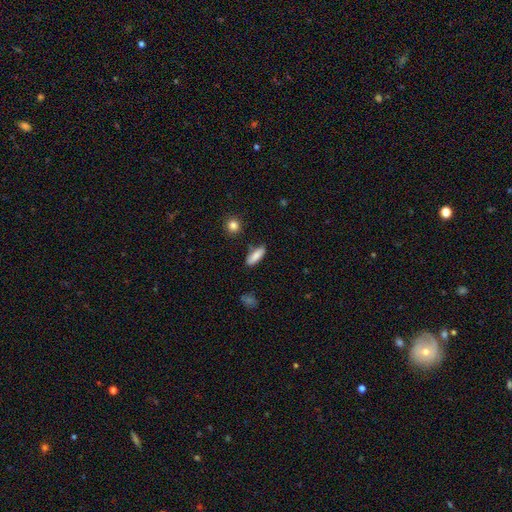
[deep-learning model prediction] This appears to be a smooth galaxy with no disk features (84%) that is in between round and cigar-shaped (54%). Merging: none (82%).